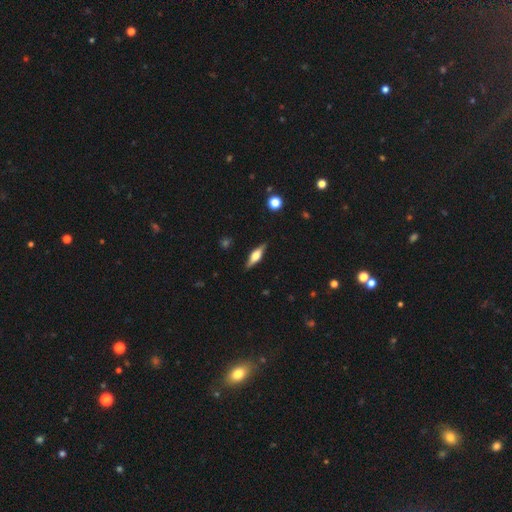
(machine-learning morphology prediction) smooth-or-featured: featured or disk: 54% | smooth: 39% | star or artifact: 6%
  disk-edge-on: yes: 94% | no: 6%
    edge-on-bulge: rounded: 85% | boxy: 13% | none: 3%
  merging: none: 87% | minor disturbance: 10% | major disturbance: 2% | merger: 1%